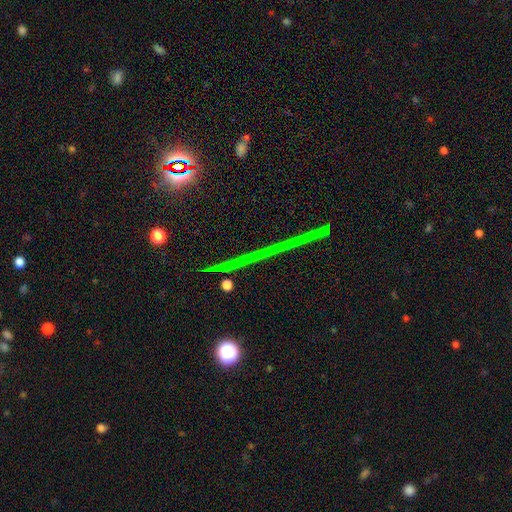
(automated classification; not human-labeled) A star or artifact, not a galaxy (76%).

Vote fractions:
- Smooth or featured? star or artifact: 76% / featured or disk: 15% / smooth: 9%